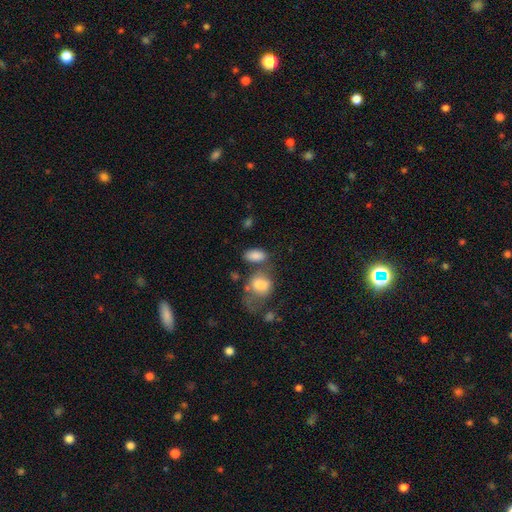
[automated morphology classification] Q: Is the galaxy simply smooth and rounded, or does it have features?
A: smooth — 84%.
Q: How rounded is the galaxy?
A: in between — 90%.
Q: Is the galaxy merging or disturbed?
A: none — 49%.